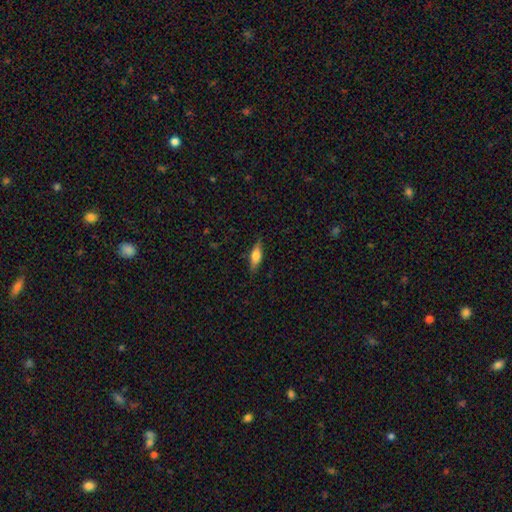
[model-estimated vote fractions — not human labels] This appears to be a smooth galaxy with no disk features (62%) that is in between round and cigar-shaped (60%). Merging: none (84%).